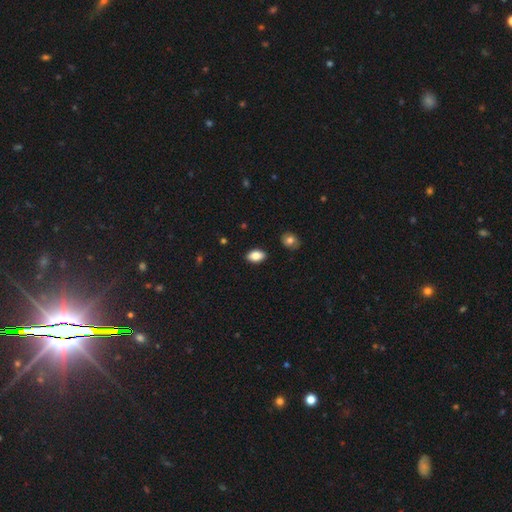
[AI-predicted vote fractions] Q: Smooth or featured?
A: smooth (85%); runner-up: star or artifact (8%)
Q: How rounded?
A: in between (91%); runner-up: round (7%)
Q: Merging?
A: none (89%); runner-up: minor disturbance (8%)